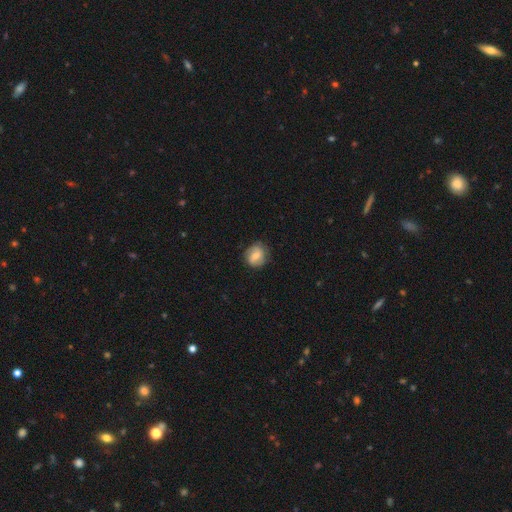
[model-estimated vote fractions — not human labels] smooth-or-featured: smooth: 53% | featured or disk: 39% | star or artifact: 8%
  how-rounded: round: 78% | in between: 21% | cigar-shaped: 1%
  merging: none: 78% | minor disturbance: 16% | major disturbance: 5% | merger: 1%